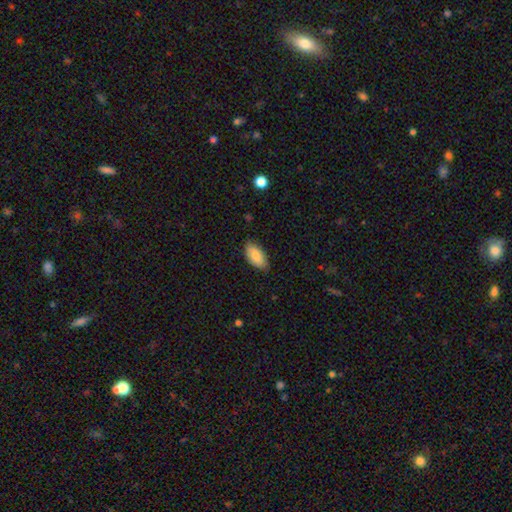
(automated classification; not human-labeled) This appears to be a smooth galaxy with no disk features (84%) that is in between round and cigar-shaped (94%). Merging: none (80%).